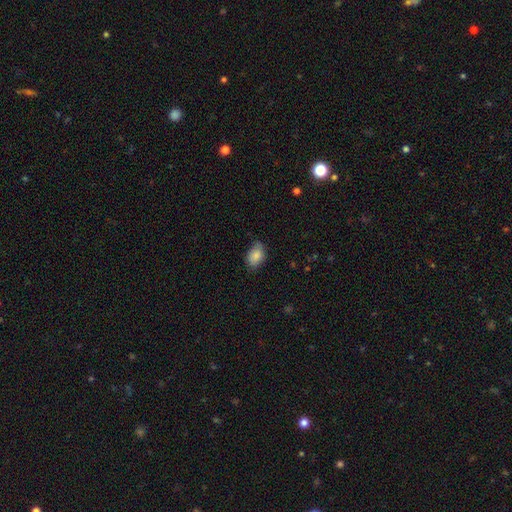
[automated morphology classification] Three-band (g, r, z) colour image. It shows a smooth galaxy with no disk features (85%) that is in between round and cigar-shaped (84%). Merging: none (66%).